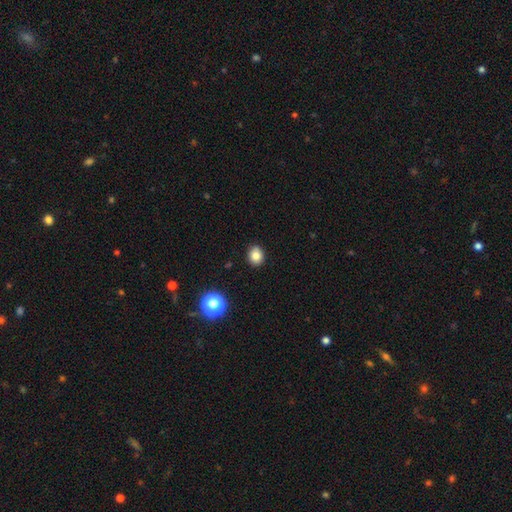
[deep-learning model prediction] Smooth or featured? smooth (82%)
How rounded? round (60%)
Merging? none (89%)